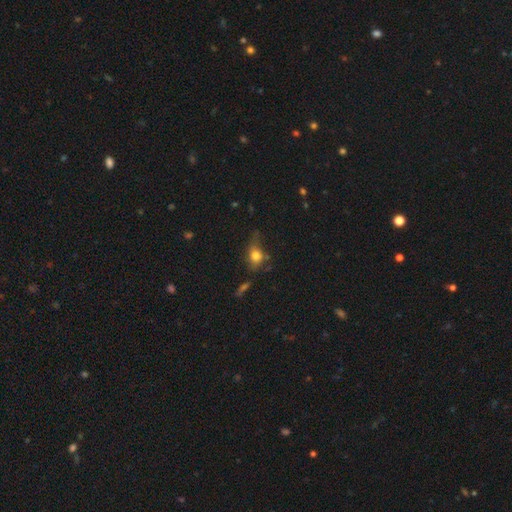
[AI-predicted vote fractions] smooth 71%, featured or disk 17%, star or artifact 12%. Down the decision tree: how rounded — in between (56%); merging — none (47%).